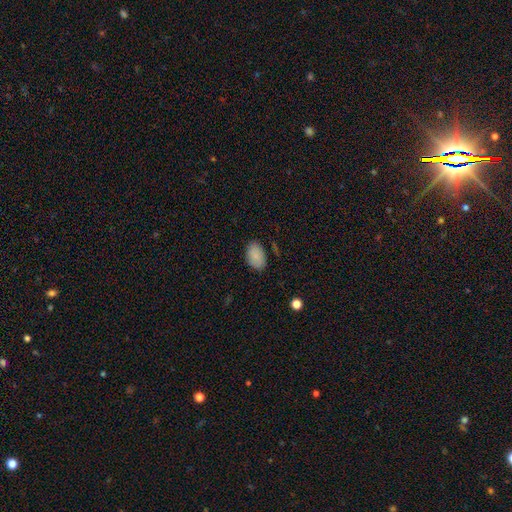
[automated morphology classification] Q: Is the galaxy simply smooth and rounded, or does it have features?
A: smooth — 88%.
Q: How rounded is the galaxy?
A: in between — 90%.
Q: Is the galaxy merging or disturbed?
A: none — 83%.